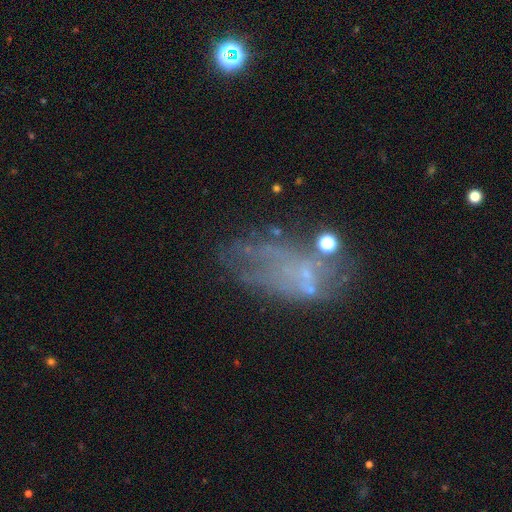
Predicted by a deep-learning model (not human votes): Smooth or featured? Predicted: featured or disk (p=0.48). Merging? Predicted: none (p=0.39).